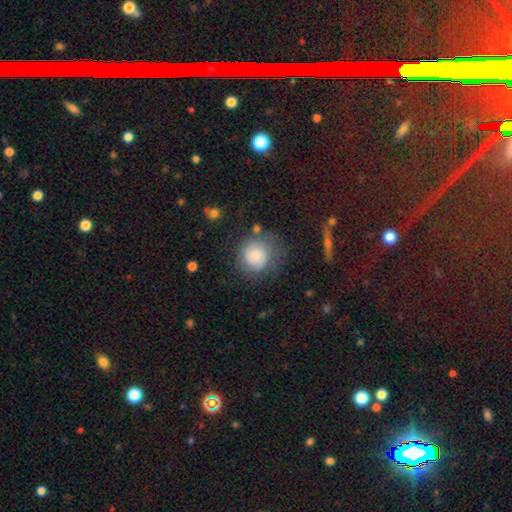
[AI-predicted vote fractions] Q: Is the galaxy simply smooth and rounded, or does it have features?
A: smooth — 61%.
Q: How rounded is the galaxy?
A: round — 88%.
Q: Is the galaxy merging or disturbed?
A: none — 60%.